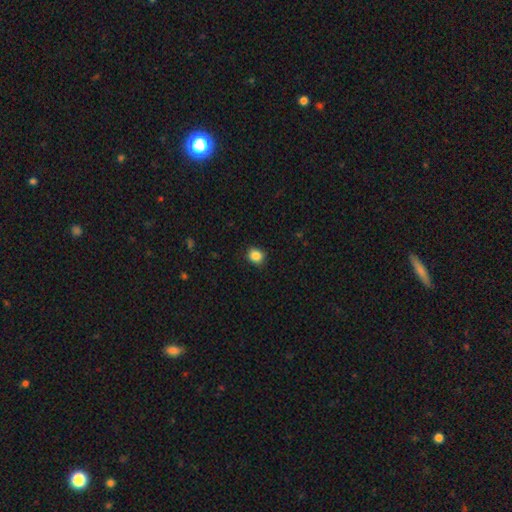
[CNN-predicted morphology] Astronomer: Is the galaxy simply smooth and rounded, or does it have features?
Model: smooth — 86%.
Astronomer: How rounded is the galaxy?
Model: round — 78%.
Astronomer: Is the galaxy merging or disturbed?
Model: none — 89%.